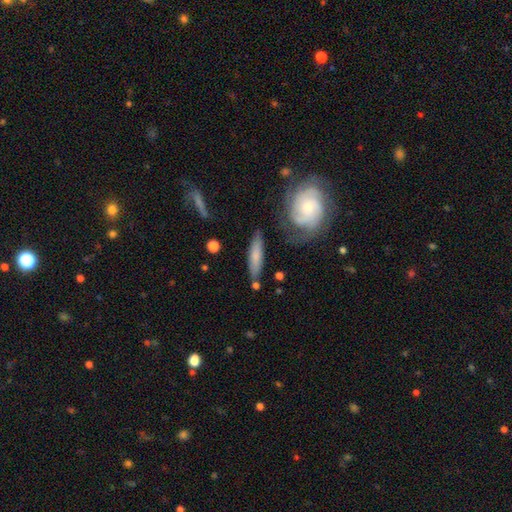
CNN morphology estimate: The model was most divided on "smooth or featured": smooth: 61%, featured or disk: 32%, star or artifact: 6%. More confident: merging — none (72%); how rounded — cigar-shaped (72%).